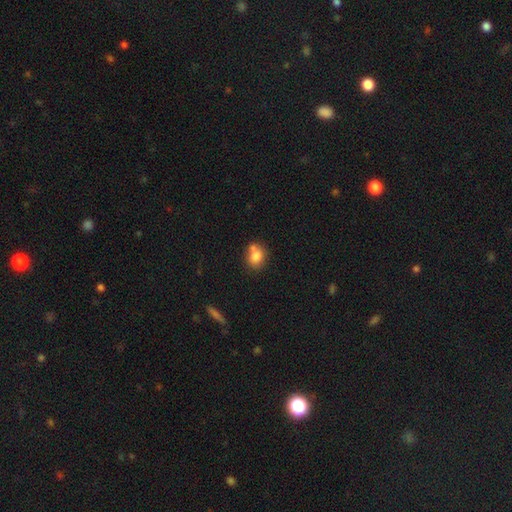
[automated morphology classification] The model was most divided on "merging": none: 50%, merger: 32%, minor disturbance: 14%, major disturbance: 4%. More confident: smooth or featured — smooth (79%); how rounded — round (61%).